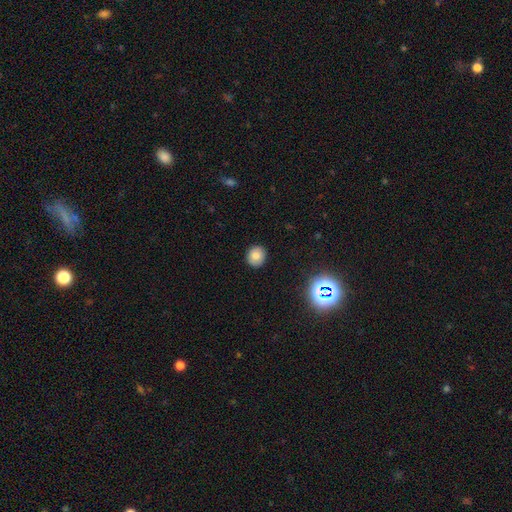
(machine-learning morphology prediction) Smooth or featured? Predicted: smooth (p=0.76). How rounded? Predicted: round (p=0.84). Merging? Predicted: none (p=0.91).